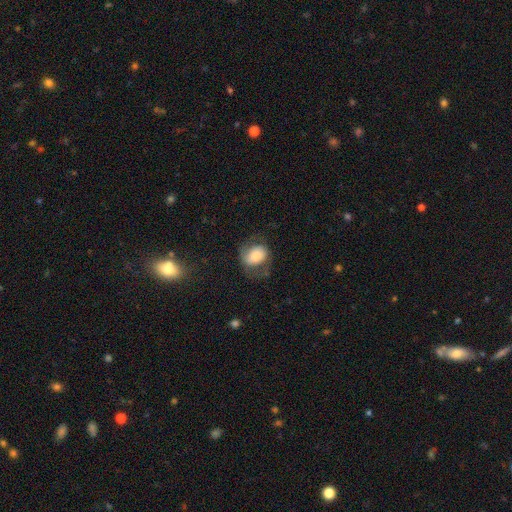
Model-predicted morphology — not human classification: This is possibly a smooth galaxy (58%). How rounded: possibly in between (55%). Merging: possibly none (59%).